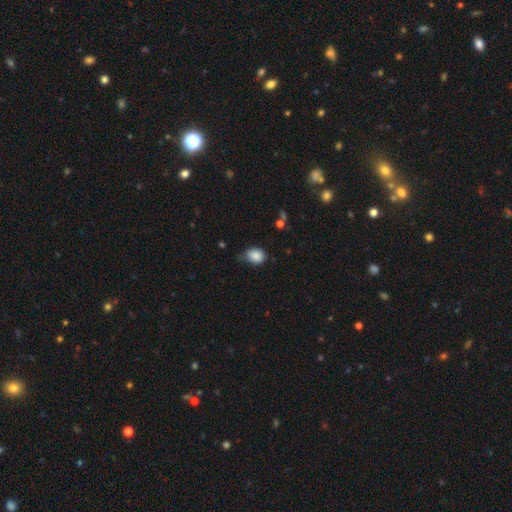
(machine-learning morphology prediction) smooth-or-featured: smooth: 86% | star or artifact: 9% | featured or disk: 5%
  how-rounded: in between: 53% | round: 46% | cigar-shaped: 1%
  merging: none: 49% | minor disturbance: 40% | major disturbance: 9% | merger: 3%